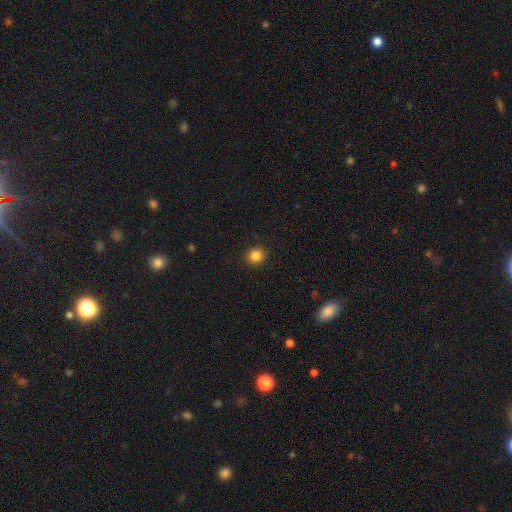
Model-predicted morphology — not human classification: This is clearly a smooth galaxy (85%). How rounded: clearly round (85%). Merging: clearly none (92%).